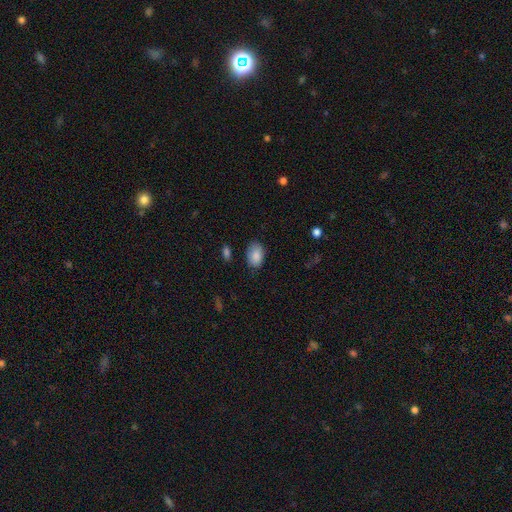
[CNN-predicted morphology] Q: Smooth or featured?
A: smooth (87%); runner-up: star or artifact (7%)
Q: How rounded?
A: in between (88%); runner-up: round (11%)
Q: Merging?
A: none (76%); runner-up: minor disturbance (19%)